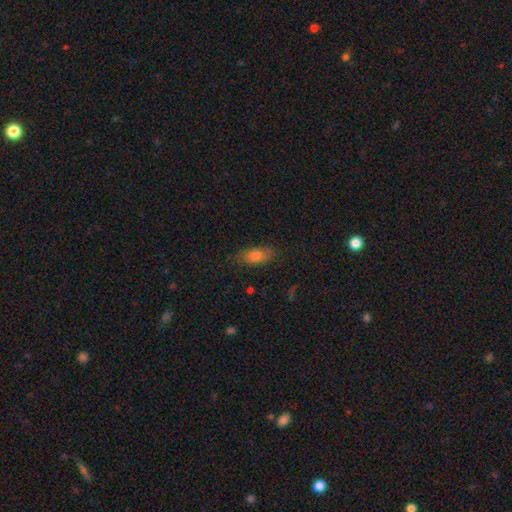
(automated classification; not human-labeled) smooth_or_featured: smooth (p=0.76) [alt: featured or disk p=0.13]
how_rounded: in between (p=0.80) [alt: cigar-shaped p=0.15]
merging: none (p=0.79) [alt: minor disturbance p=0.15]